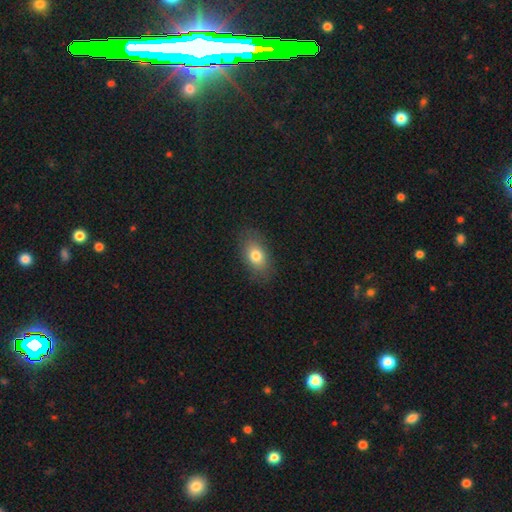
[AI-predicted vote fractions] A smooth galaxy with no disk features (78%) that is in between round and cigar-shaped (86%). Merging: none (83%).